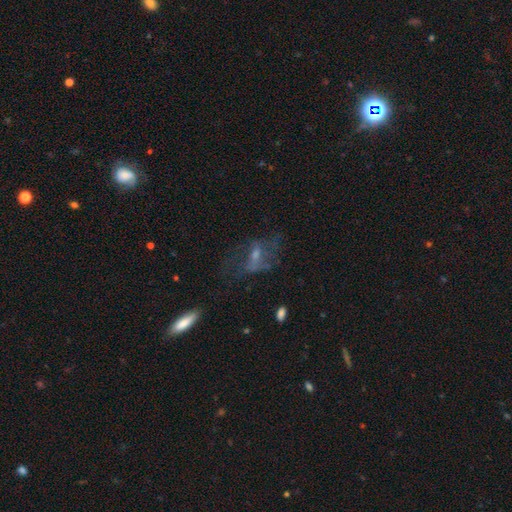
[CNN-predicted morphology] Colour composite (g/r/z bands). It shows a featured or disk galaxy (56%). Merging: none (53%).